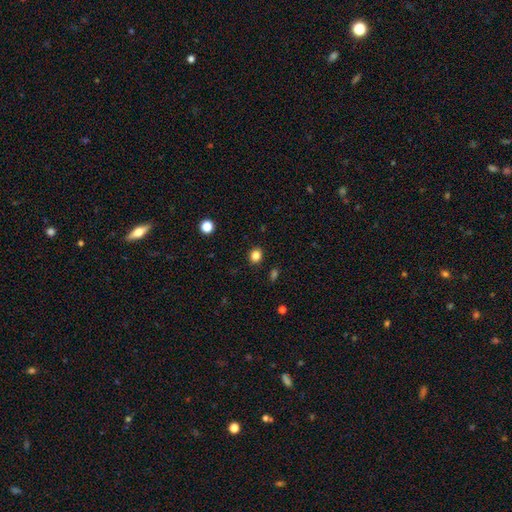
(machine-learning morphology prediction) The model was most divided on "how rounded": round: 70%, in between: 29%, cigar-shaped: 1%. More confident: merging — none (90%); smooth or featured — smooth (84%).